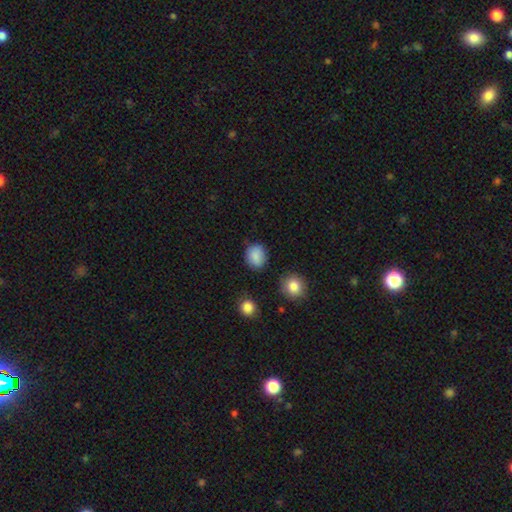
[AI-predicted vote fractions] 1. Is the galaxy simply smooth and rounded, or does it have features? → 87% smooth, 9% star or artifact, 4% featured or disk.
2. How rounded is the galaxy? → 61% round, 38% in between, 1% cigar-shaped.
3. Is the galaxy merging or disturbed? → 81% none, 14% minor disturbance, 3% major disturbance, 2% merger.